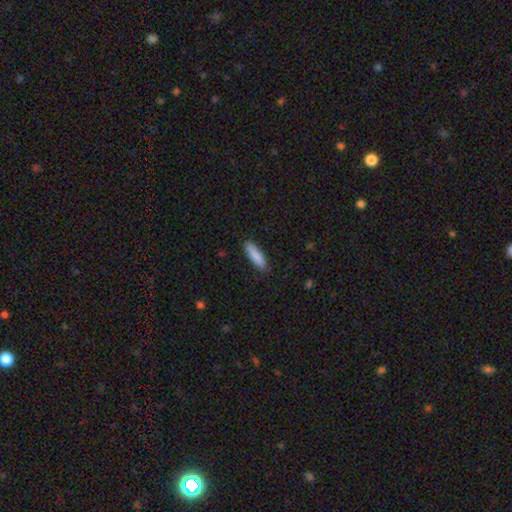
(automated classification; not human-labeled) A smooth galaxy with no disk features (88%) that is cigar-shaped (64%). Merging: none (88%).